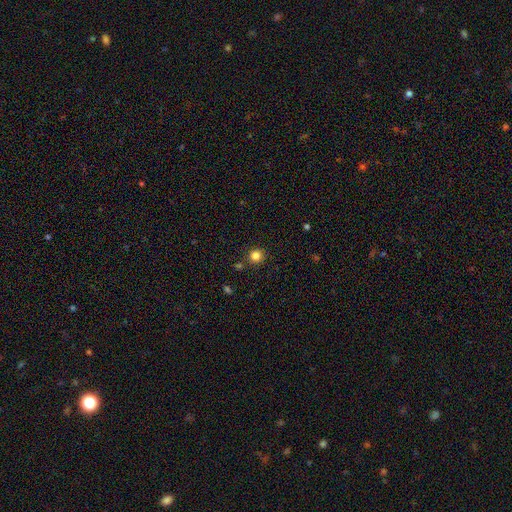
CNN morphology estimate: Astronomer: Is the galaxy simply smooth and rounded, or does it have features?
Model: smooth — 82%.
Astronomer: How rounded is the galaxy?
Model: round — 93%.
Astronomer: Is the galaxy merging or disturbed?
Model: none — 87%.